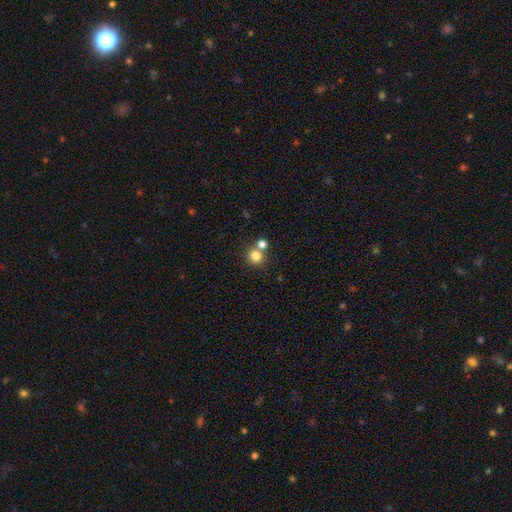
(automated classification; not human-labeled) smooth_or_featured: smooth (p=0.81) [alt: star or artifact p=0.12]
how_rounded: round (p=0.87) [alt: in between p=0.13]
merging: none (p=0.59) [alt: merger p=0.32]